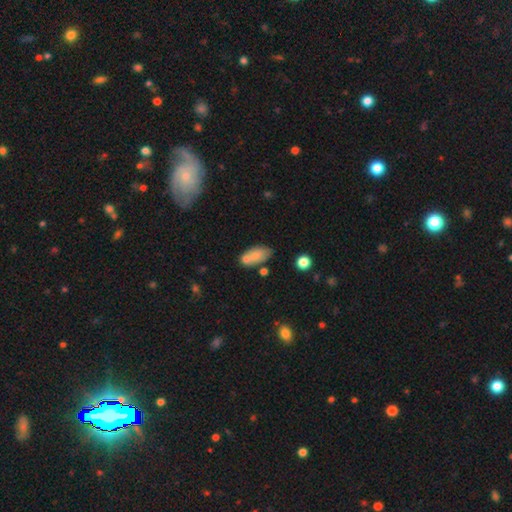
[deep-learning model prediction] This appears to be a smooth galaxy with no disk features (77%) that is in between round and cigar-shaped (89%). Merging: none (56%).